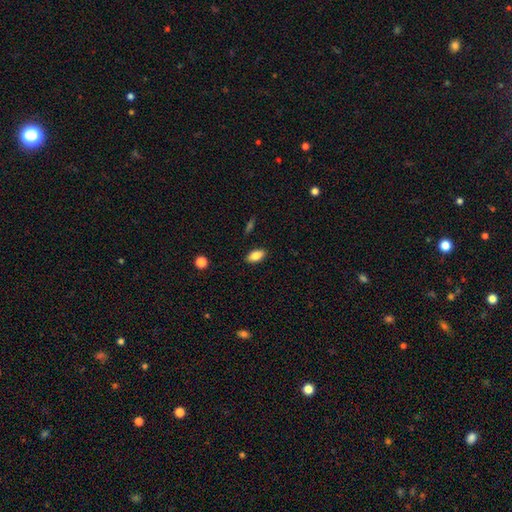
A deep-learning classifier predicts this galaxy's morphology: Smooth or featured?
  - smooth: 83% *
  - featured or disk: 9%
  - star or artifact: 8%
How rounded?
  - in between: 90% *
  - cigar-shaped: 5%
  - round: 4%
Merging?
  - none: 88% *
  - minor disturbance: 9%
  - major disturbance: 2%
  - merger: 1%